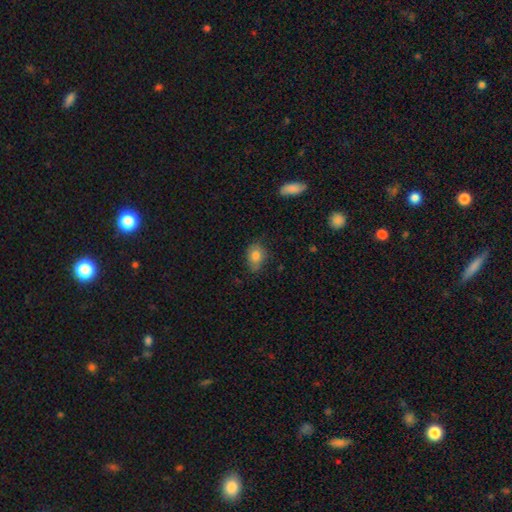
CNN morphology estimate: Overall: smooth (80%). How rounded: in between (67%; round 32%). Merging: none (65%; minor disturbance 28%).